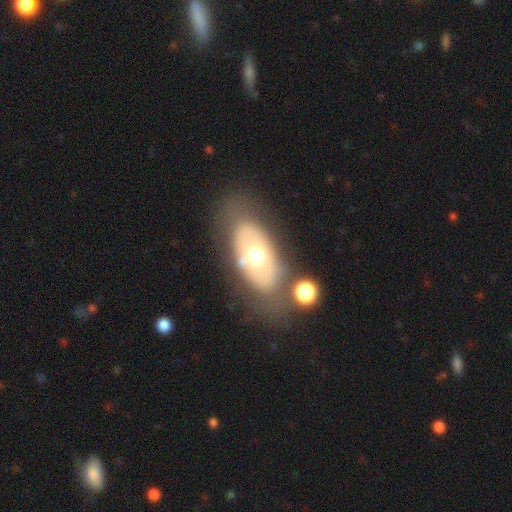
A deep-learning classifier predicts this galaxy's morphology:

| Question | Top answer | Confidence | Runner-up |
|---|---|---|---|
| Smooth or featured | featured or disk | 55% | smooth (38%) |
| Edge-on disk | no | 88% | yes (12%) |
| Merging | none | 72% | minor disturbance (13%) |